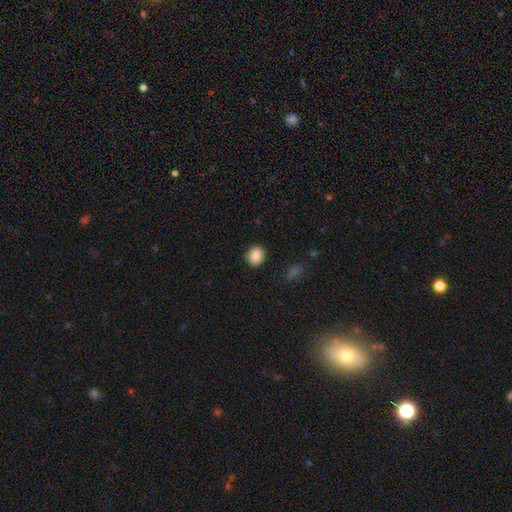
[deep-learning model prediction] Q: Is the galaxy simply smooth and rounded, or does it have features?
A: smooth — 86%.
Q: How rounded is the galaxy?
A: round — 66%.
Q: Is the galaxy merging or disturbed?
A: none — 87%.